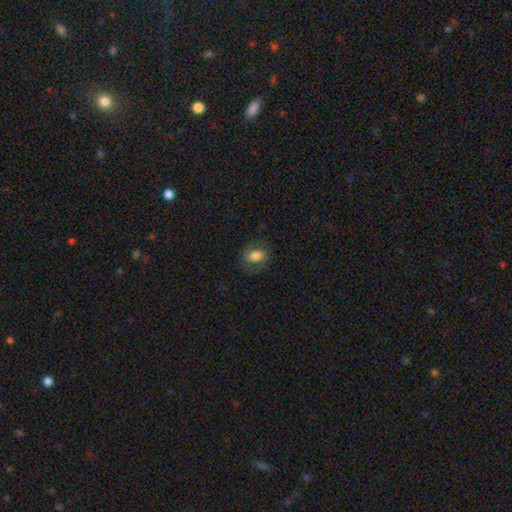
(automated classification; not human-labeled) Overall: smooth (70%). How rounded: in between (79%). Merging: none (71%).